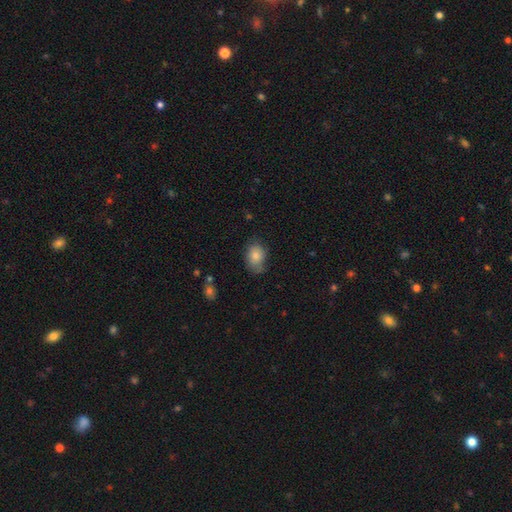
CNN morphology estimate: The model was most divided on "merging": none: 60%, minor disturbance: 30%, major disturbance: 8%, merger: 2%. More confident: smooth or featured — smooth (80%); how rounded — in between (73%).